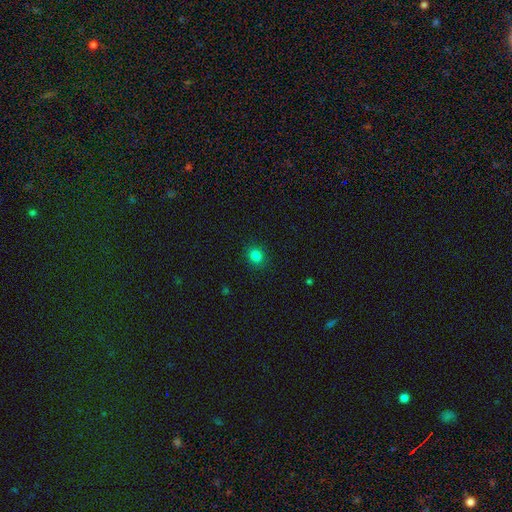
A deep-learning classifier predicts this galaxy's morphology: Overall: smooth (82%). How rounded: round (85%). Merging: none (90%).